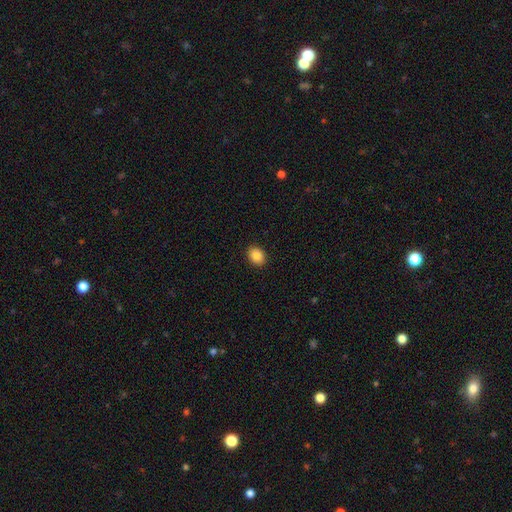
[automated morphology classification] A smooth galaxy with no disk features (87%) that is in between round and cigar-shaped (62%).

Vote fractions:
- Smooth or featured? smooth: 87% / star or artifact: 9% / featured or disk: 4%
- How rounded? in between: 62% / round: 38% / cigar-shaped: 1%
- Merging? none: 91% / minor disturbance: 6% / major disturbance: 2% / merger: 1%